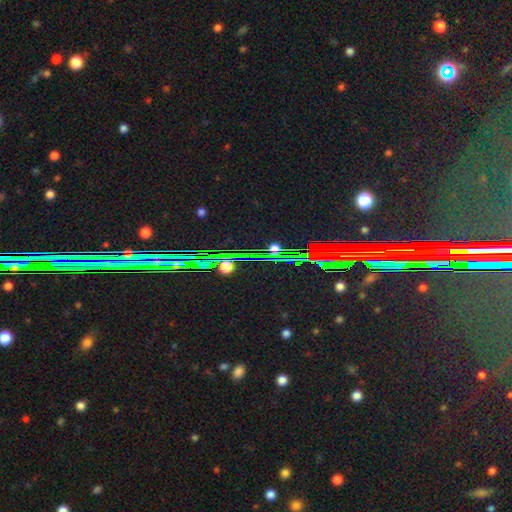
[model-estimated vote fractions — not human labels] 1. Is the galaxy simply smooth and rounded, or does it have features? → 85% star or artifact, 8% featured or disk, 7% smooth.